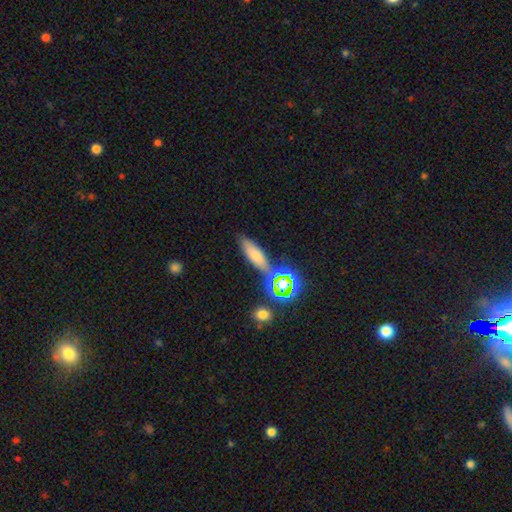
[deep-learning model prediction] This is likely a smooth galaxy (64%). How rounded: possibly in between (51%). Merging: likely none (69%).